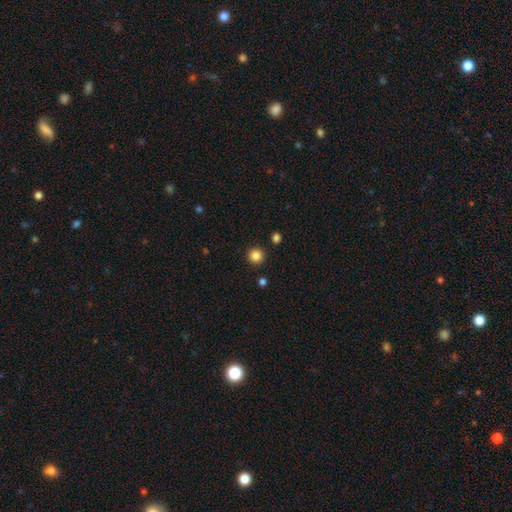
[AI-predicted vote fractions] Smooth or featured?
  - smooth: 85% *
  - star or artifact: 11%
  - featured or disk: 4%
How rounded?
  - round: 96% *
  - in between: 4%
  - cigar-shaped: 1%
Merging?
  - none: 92% *
  - minor disturbance: 4%
  - merger: 2%
  - major disturbance: 2%